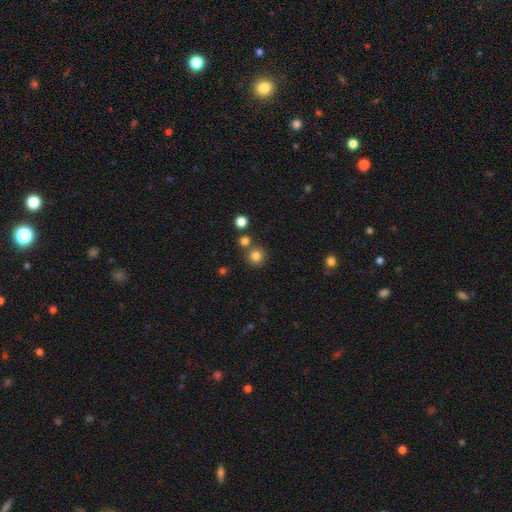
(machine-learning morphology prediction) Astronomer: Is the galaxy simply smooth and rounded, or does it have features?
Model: smooth — 82%.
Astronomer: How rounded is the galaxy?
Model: round — 93%.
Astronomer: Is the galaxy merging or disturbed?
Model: none — 76%.